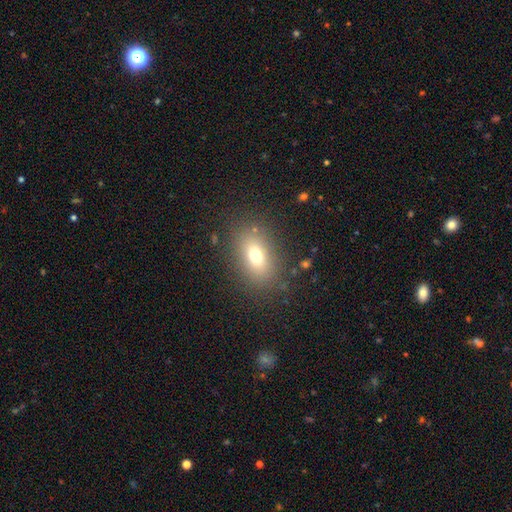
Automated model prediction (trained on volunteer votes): Smooth or featured?
  - smooth: 72% *
  - featured or disk: 15%
  - star or artifact: 13%
How rounded?
  - in between: 79% *
  - round: 17%
  - cigar-shaped: 3%
Merging?
  - none: 83% *
  - minor disturbance: 10%
  - major disturbance: 5%
  - merger: 2%